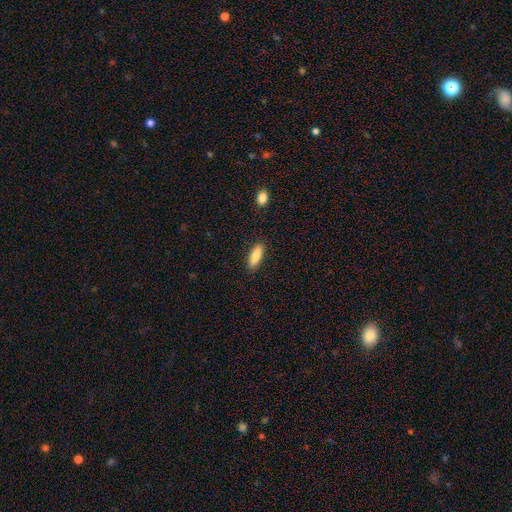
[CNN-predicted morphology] Smooth or featured?
  - smooth: 86% *
  - featured or disk: 8%
  - star or artifact: 6%
How rounded?
  - in between: 53% *
  - cigar-shaped: 45%
  - round: 2%
Merging?
  - none: 88% *
  - minor disturbance: 8%
  - major disturbance: 2%
  - merger: 1%